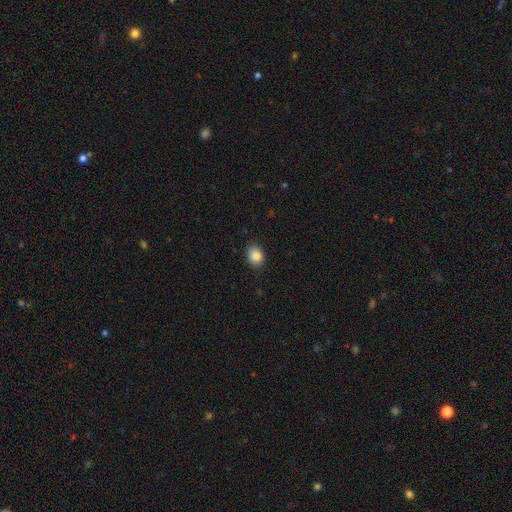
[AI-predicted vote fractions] Smooth or featured? smooth (87%)
How rounded? in between (61%)
Merging? none (87%)